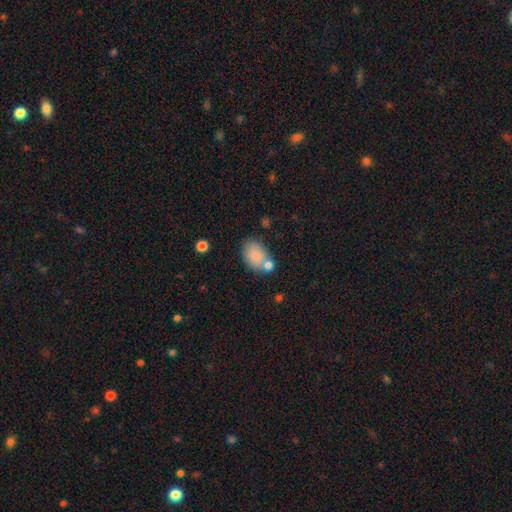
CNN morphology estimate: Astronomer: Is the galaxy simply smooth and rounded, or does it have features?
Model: smooth — 80%.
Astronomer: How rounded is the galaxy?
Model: in between — 86%.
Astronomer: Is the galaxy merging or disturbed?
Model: none — 58%.